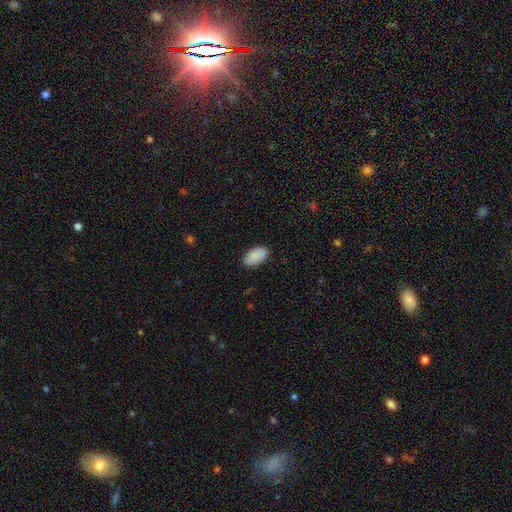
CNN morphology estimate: A smooth galaxy with no disk features (89%) that is in between round and cigar-shaped (95%). Merging: none (87%).